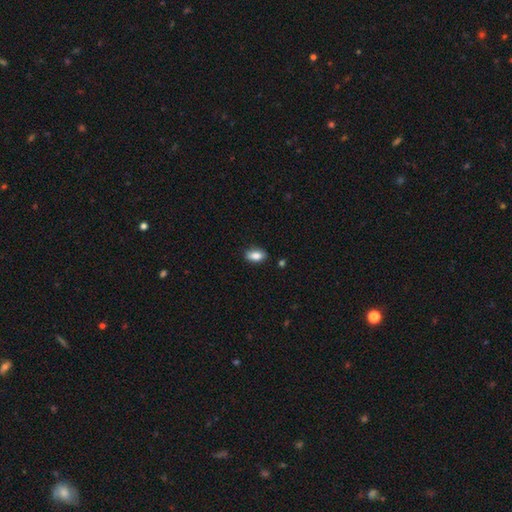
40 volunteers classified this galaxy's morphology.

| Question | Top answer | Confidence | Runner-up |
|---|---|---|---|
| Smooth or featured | smooth | 75% | featured or disk (15%) |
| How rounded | in between | 97% | round (3%) |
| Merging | none | 78% | minor disturbance (17%) |